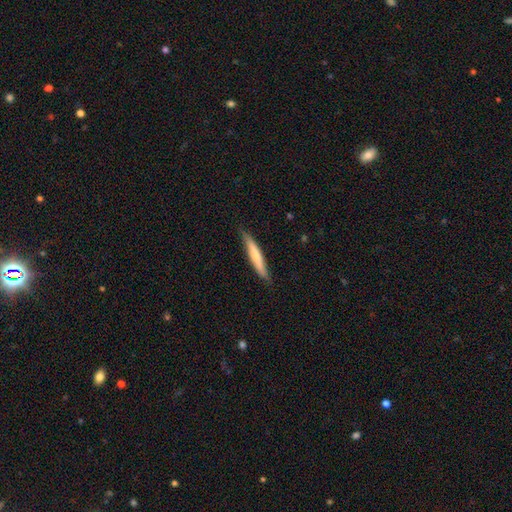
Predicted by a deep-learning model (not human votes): Smooth or featured? smooth (63%)
How rounded? cigar-shaped (93%)
Merging? none (83%)